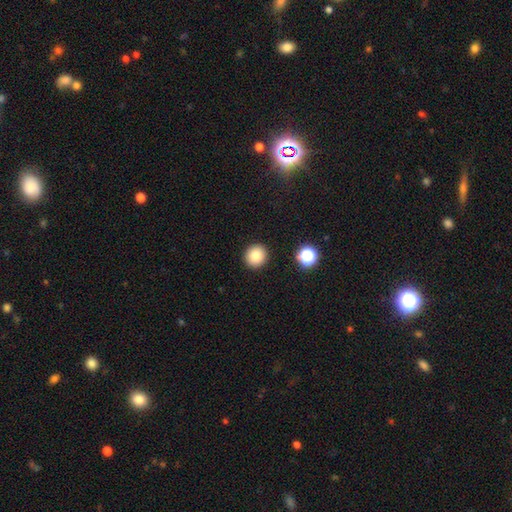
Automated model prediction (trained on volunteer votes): Smooth or featured? Predicted: smooth (p=0.84). How rounded? Predicted: round (p=0.89). Merging? Predicted: none (p=0.92).